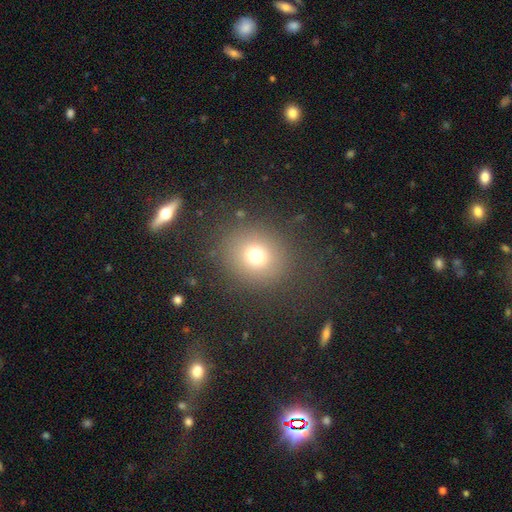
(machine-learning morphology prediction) A smooth galaxy with no disk features (72%) that is round (81%). Merging: none (84%).